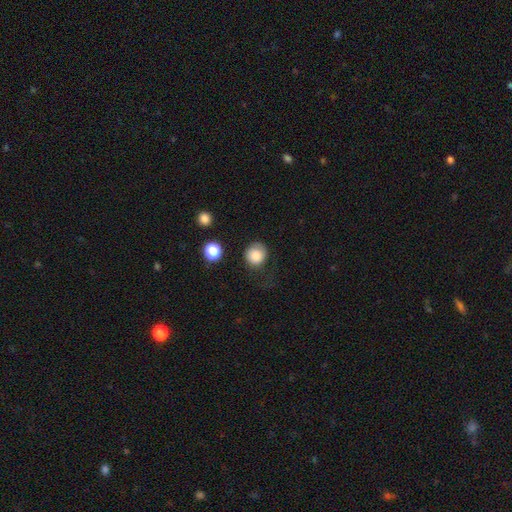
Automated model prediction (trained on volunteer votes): Q: Smooth or featured?
A: smooth (82%); runner-up: star or artifact (9%)
Q: How rounded?
A: round (83%); runner-up: in between (16%)
Q: Merging?
A: none (56%); runner-up: minor disturbance (25%)